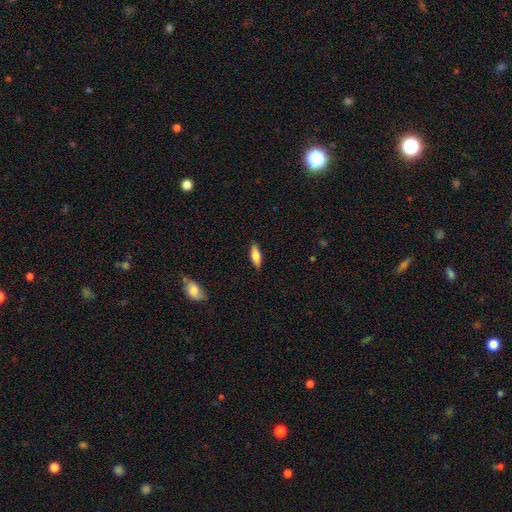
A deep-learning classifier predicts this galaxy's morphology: Smooth or featured: smooth — 77% (featured or disk — 17%)
How rounded: in between — 64% (cigar-shaped — 34%)
Merging: none — 87% (minor disturbance — 9%)